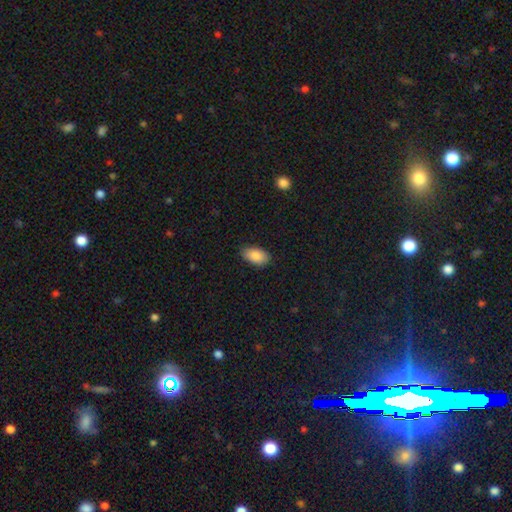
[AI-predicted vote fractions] A smooth galaxy with no disk features (88%) that is in between round and cigar-shaped (94%). Merging: none (85%).